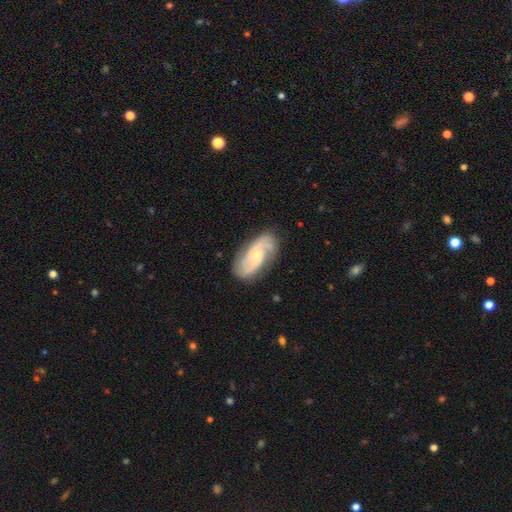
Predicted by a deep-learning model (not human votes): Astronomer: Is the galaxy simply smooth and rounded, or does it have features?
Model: featured or disk — 81%.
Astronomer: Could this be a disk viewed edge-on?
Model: no — 95%.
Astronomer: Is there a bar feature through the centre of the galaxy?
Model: no — 63%.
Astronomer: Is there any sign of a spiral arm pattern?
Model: yes — 95%.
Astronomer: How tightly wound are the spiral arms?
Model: medium — 45% (runner-up: tight, 36%).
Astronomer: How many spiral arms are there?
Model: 2 — 72%.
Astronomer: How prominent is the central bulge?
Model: small — 60% (runner-up: moderate, 36%).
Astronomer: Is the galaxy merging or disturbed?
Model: none — 78%.